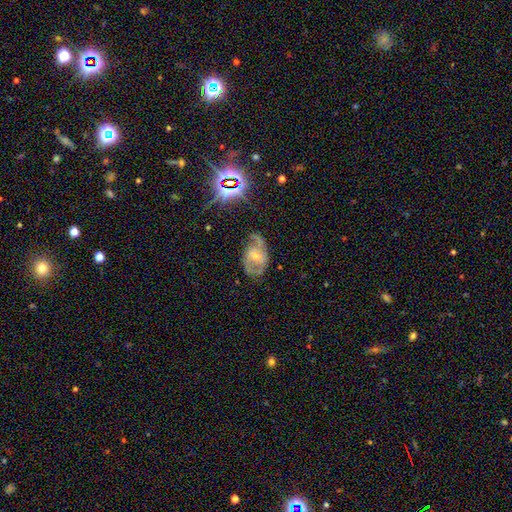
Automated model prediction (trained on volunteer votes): The model was most divided on "bar": no: 48%, weak: 38%, strong: 14%. Remaining: edge-on disk — no (96%); spiral arms — yes (89%); smooth or featured — featured or disk (75%); spiral arm count — 2 (71%); bulge size — small (59%); merging — none (57%); spiral winding — medium (50%).